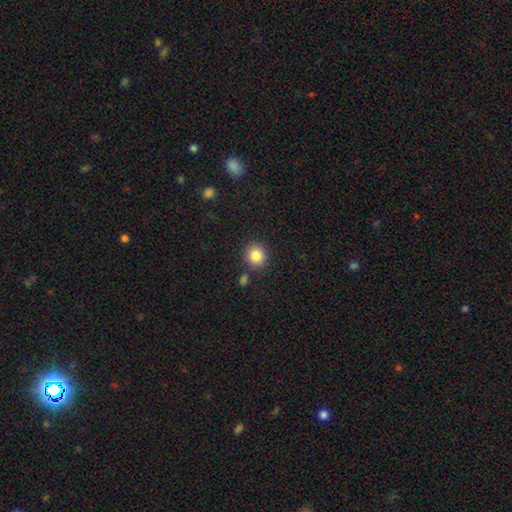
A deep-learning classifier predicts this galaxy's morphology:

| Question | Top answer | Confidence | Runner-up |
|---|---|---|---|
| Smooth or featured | smooth | 85% | star or artifact (10%) |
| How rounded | round | 86% | in between (13%) |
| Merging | none | 83% | minor disturbance (9%) |